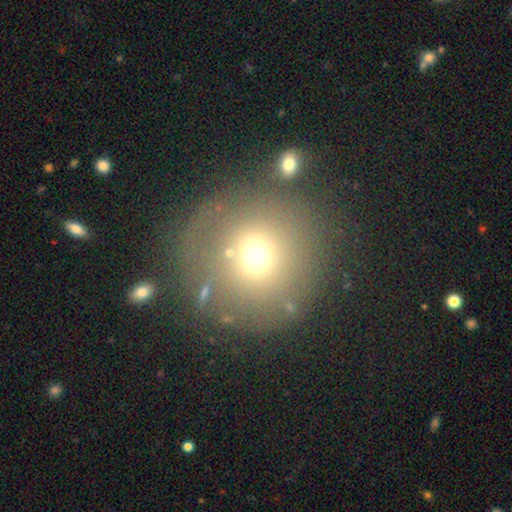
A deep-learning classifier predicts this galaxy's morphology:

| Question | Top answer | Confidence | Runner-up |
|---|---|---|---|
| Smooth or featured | smooth | 67% | star or artifact (17%) |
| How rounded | round | 94% | in between (5%) |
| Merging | none | 76% | minor disturbance (11%) |